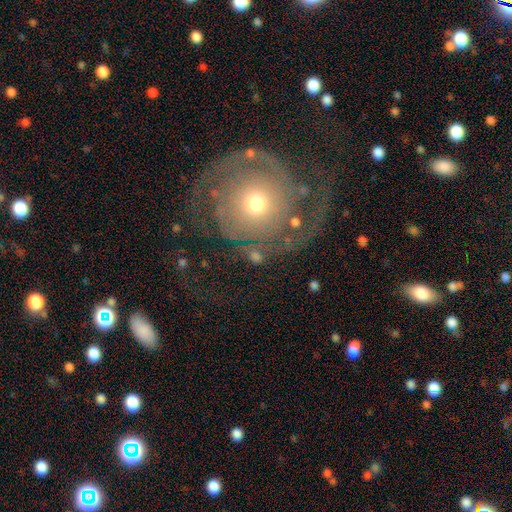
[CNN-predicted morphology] Smooth or featured: featured or disk — 59% (smooth — 29%)
Edge-on disk: no — 96% (yes — 4%)
Bar: no — 79% (weak — 15%)
Spiral arms: yes — 74% (no — 26%)
Bulge size: moderate — 52% (small — 40%)
Merging: none — 56% (major disturbance — 24%)